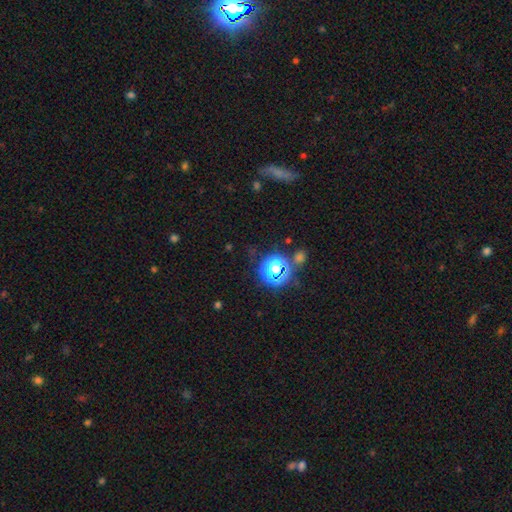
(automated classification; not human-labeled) Smooth or featured?
  - star or artifact: 61% *
  - smooth: 30%
  - featured or disk: 8%